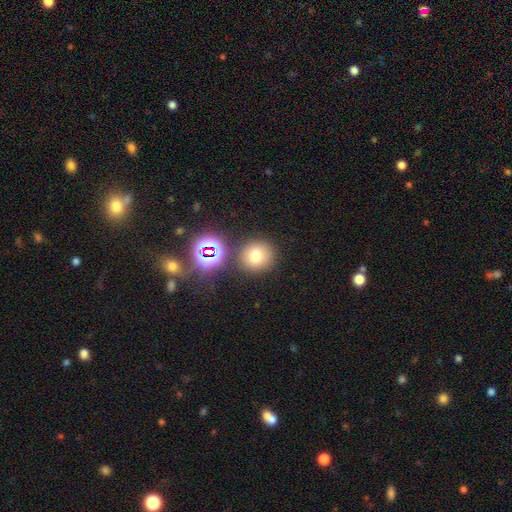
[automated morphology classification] A smooth galaxy with no disk features (71%) that is round (88%). Merging: none (79%).